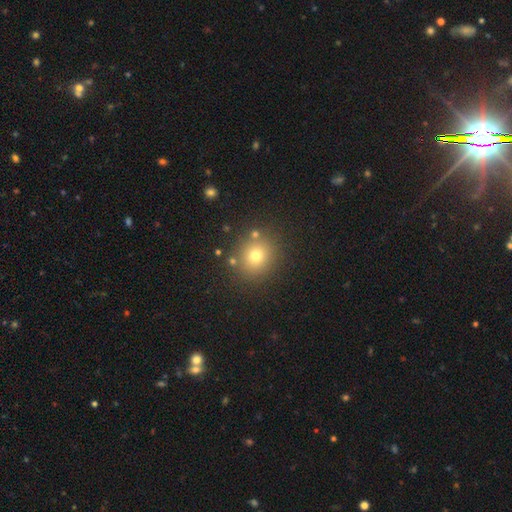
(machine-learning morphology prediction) smooth-or-featured: smooth: 72% | star or artifact: 18% | featured or disk: 10%
  how-rounded: round: 82% | in between: 17% | cigar-shaped: 1%
  merging: none: 84% | minor disturbance: 8% | merger: 6% | major disturbance: 3%